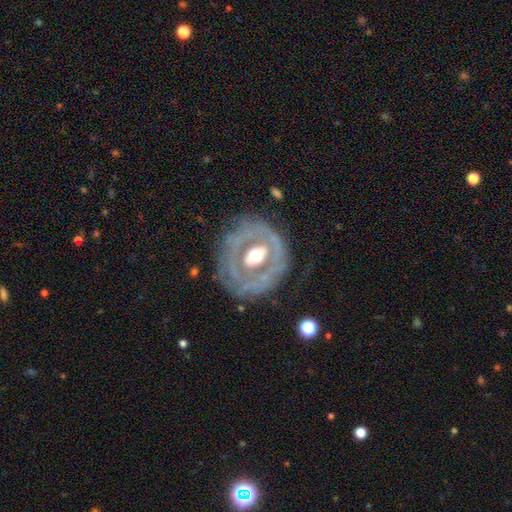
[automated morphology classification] Q: Smooth or featured?
A: featured or disk (77%); runner-up: smooth (17%)
Q: Edge-on disk?
A: no (95%); runner-up: yes (5%)
Q: Bar?
A: no (55%); runner-up: weak (27%)
Q: Spiral arms?
A: no (55%); runner-up: yes (45%)
Q: Bulge size?
A: moderate (66%); runner-up: large (25%)
Q: Merging?
A: none (68%); runner-up: minor disturbance (19%)